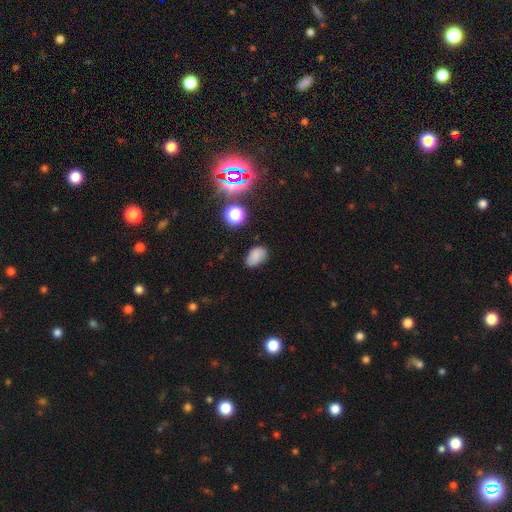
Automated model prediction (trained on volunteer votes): A smooth galaxy with no disk features (77%) that is in between round and cigar-shaped (85%).

Vote fractions:
- Smooth or featured? smooth: 77% / star or artifact: 14% / featured or disk: 9%
- How rounded? in between: 85% / round: 14% / cigar-shaped: 1%
- Merging? none: 77% / minor disturbance: 17% / major disturbance: 4% / merger: 2%